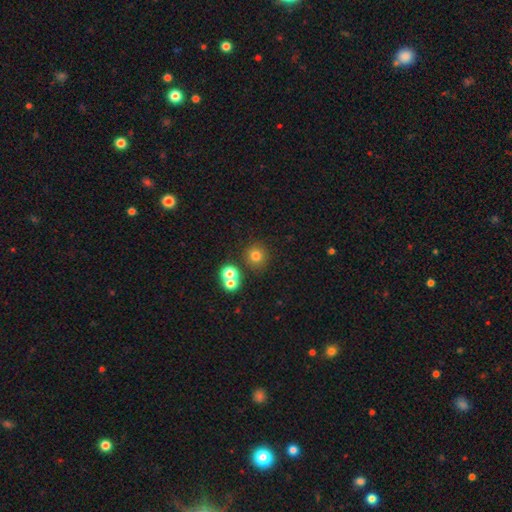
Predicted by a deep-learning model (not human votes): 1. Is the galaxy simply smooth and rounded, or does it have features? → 76% smooth, 17% star or artifact, 7% featured or disk.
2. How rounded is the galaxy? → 91% round, 8% in between, 1% cigar-shaped.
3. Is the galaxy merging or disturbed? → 78% none, 12% merger, 7% minor disturbance, 3% major disturbance.